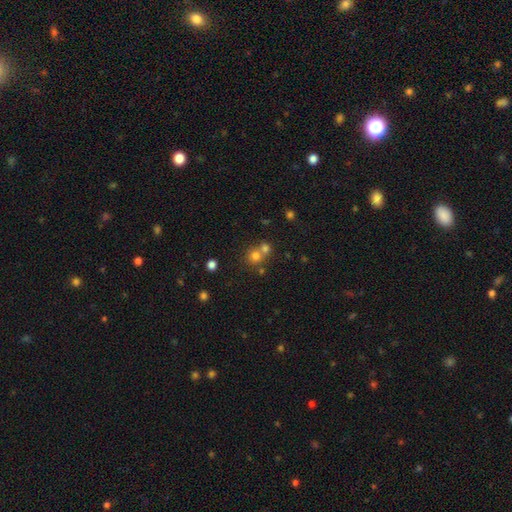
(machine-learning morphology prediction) Smooth or featured? Predicted: smooth (p=0.73). How rounded? Predicted: round (p=0.88). Merging? Predicted: none (p=0.48).